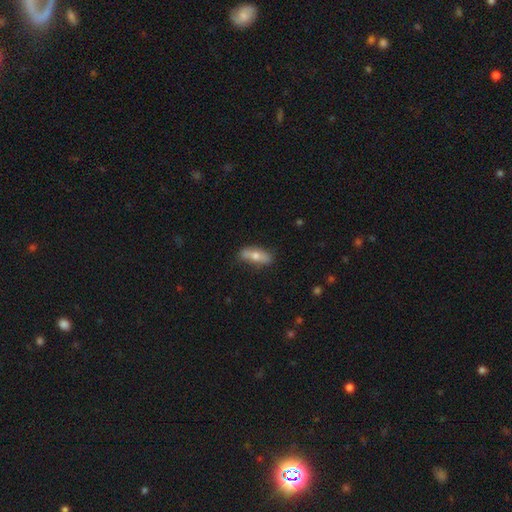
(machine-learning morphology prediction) type=smooth (61%); roundness=in between (64%); merging=none (79%).